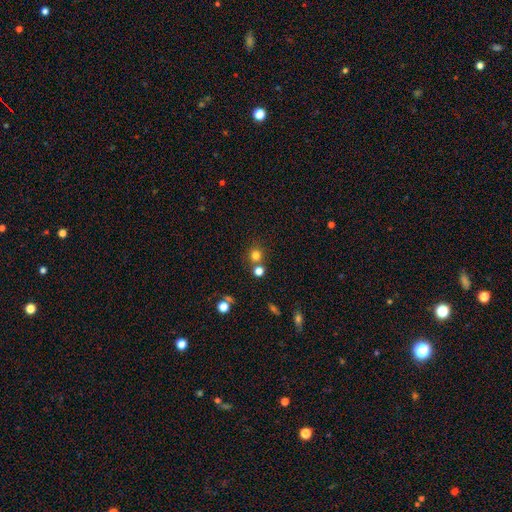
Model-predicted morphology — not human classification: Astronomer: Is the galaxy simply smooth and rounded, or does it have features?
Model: smooth — 77%.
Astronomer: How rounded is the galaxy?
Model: round — 88%.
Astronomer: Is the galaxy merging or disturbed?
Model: none — 69%.